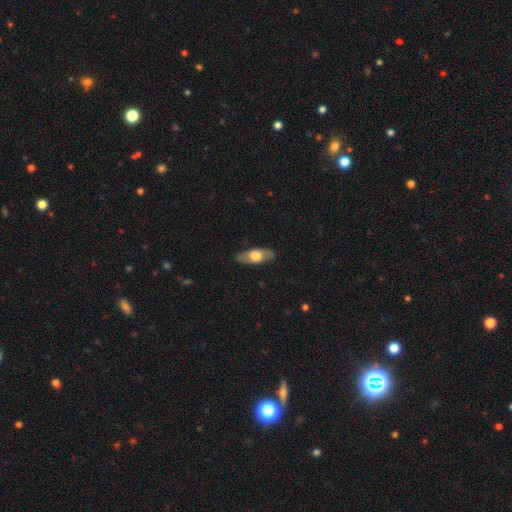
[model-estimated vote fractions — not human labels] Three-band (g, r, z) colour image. It shows a smooth galaxy with no disk features (49%). Merging: none (84%).